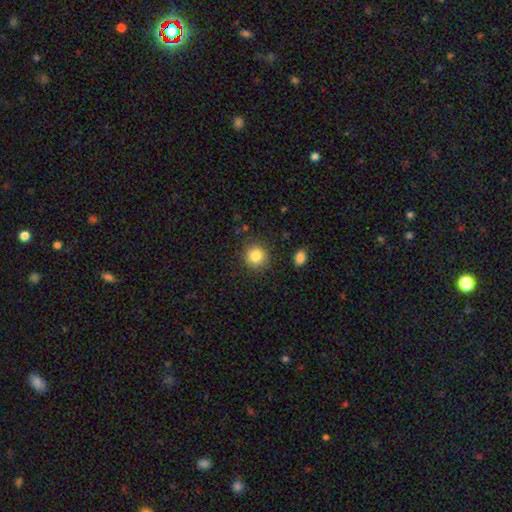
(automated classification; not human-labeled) Smooth or featured: smooth — 84% (star or artifact — 10%)
How rounded: round — 90% (in between — 9%)
Merging: none — 88% (minor disturbance — 8%)